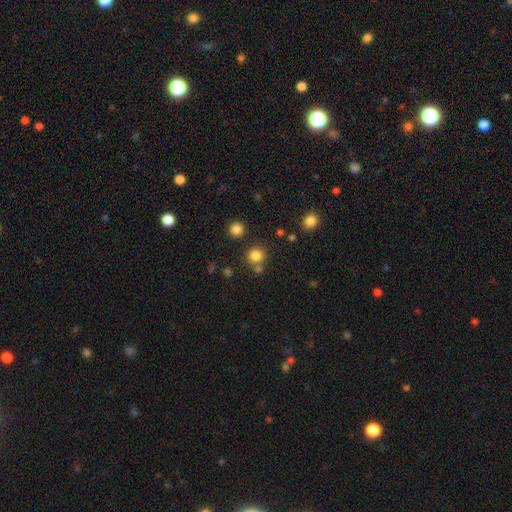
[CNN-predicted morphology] Smooth or featured?
  - smooth: 81% *
  - star or artifact: 14%
  - featured or disk: 5%
How rounded?
  - round: 92% *
  - in between: 8%
  - cigar-shaped: 1%
Merging?
  - none: 74% *
  - merger: 15%
  - minor disturbance: 8%
  - major disturbance: 3%